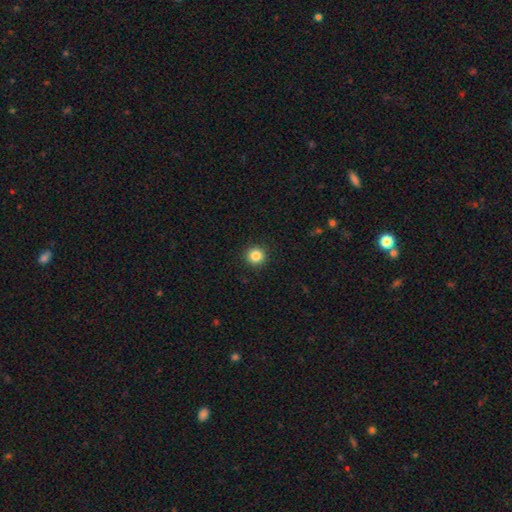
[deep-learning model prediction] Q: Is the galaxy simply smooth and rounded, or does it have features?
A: smooth — 85%.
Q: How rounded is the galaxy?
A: round — 95%.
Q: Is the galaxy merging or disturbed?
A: none — 93%.